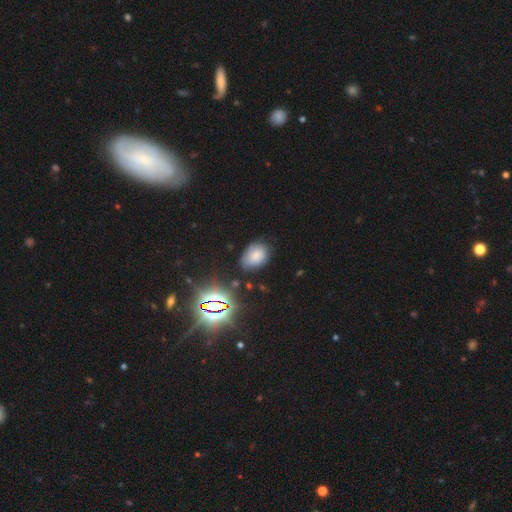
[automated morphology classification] Overall: smooth (66%). How rounded: in between (81%). Merging: none (69%).